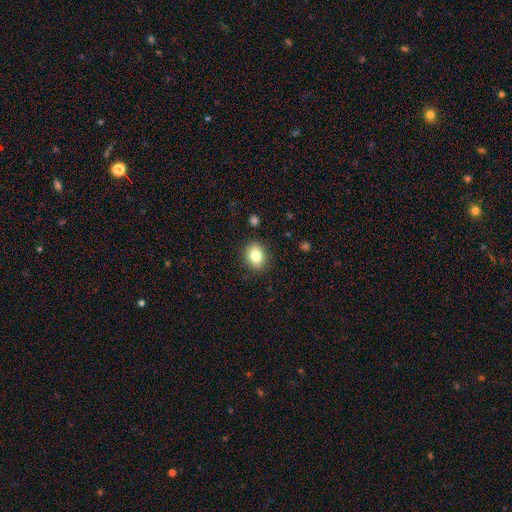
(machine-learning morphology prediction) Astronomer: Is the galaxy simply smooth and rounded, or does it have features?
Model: smooth — 82%.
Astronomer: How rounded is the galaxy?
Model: in between — 53% (runner-up: round, 46%).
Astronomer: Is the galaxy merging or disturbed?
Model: none — 88%.